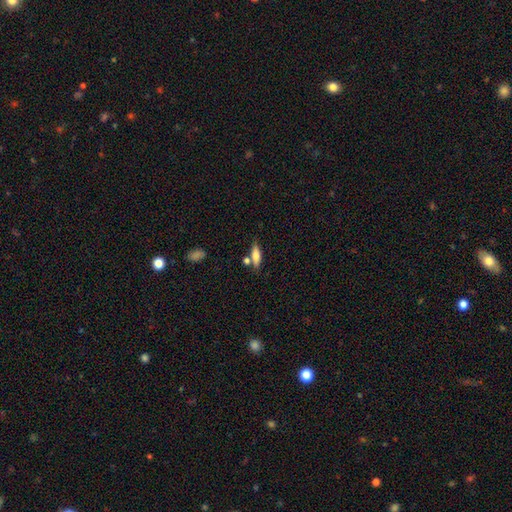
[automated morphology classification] A smooth galaxy with no disk features (66%) that is in between round and cigar-shaped (49%). Merging: none (68%).